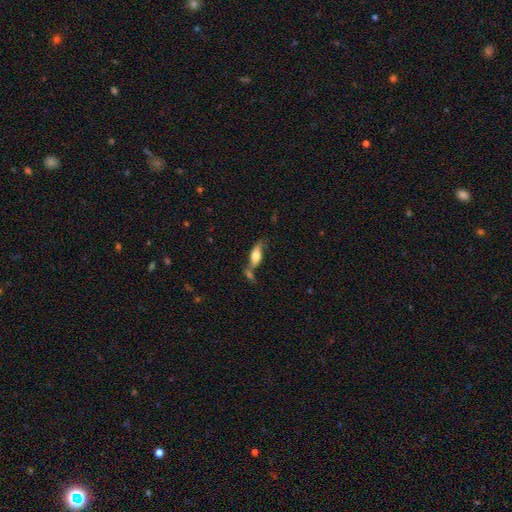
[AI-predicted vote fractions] Overall: smooth (56%; featured or disk 36%). How rounded: in between (66%; cigar-shaped 30%). Merging: none (42%; merger 31%).